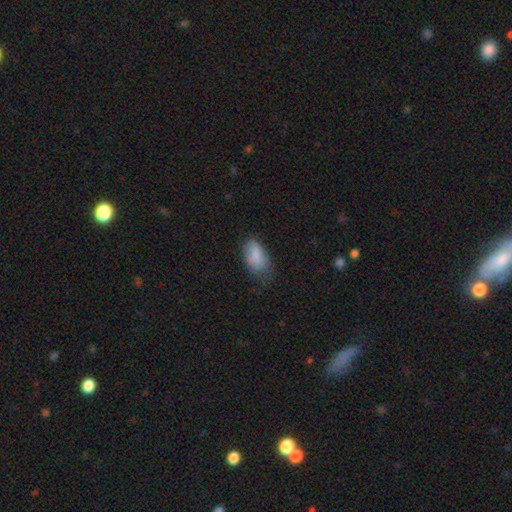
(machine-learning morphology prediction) smooth_or_featured: smooth (p=0.84) [alt: featured or disk p=0.08]
how_rounded: in between (p=0.92) [alt: round p=0.05]
merging: none (p=0.48) [alt: minor disturbance p=0.36]